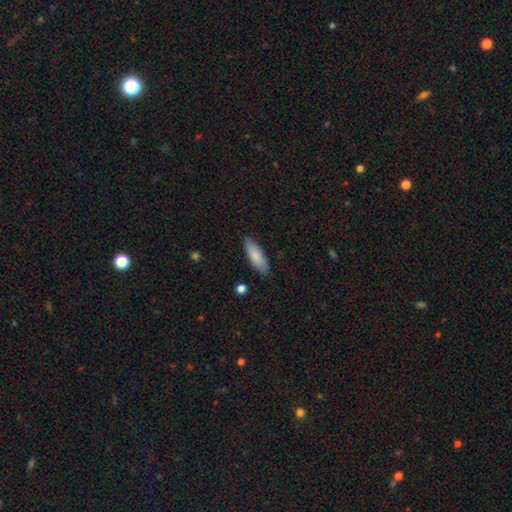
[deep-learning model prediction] The model was most divided on "how rounded": in between: 60%, cigar-shaped: 38%, round: 2%. More confident: merging — none (85%); smooth or featured — smooth (82%).